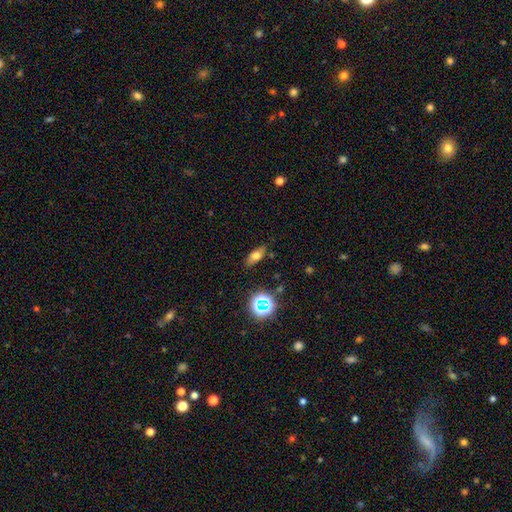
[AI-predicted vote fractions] Smooth or featured? smooth (66%)
How rounded? in between (73%)
Merging? none (80%)